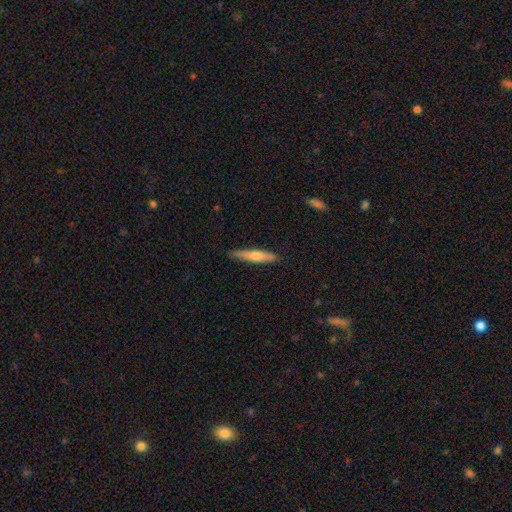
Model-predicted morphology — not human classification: Smooth or featured?
  - smooth: 56% *
  - featured or disk: 38%
  - star or artifact: 6%
How rounded?
  - cigar-shaped: 86% *
  - in between: 12%
  - round: 2%
Merging?
  - none: 87% *
  - minor disturbance: 10%
  - major disturbance: 2%
  - merger: 1%